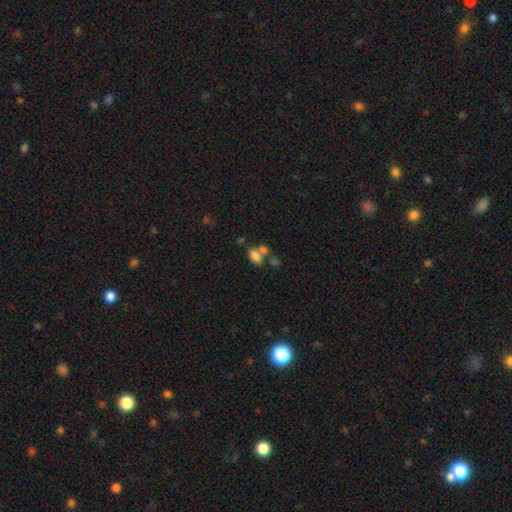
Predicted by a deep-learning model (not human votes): A smooth galaxy with no disk features (77%) that is in between round and cigar-shaped (85%). Merging: merger (44%).